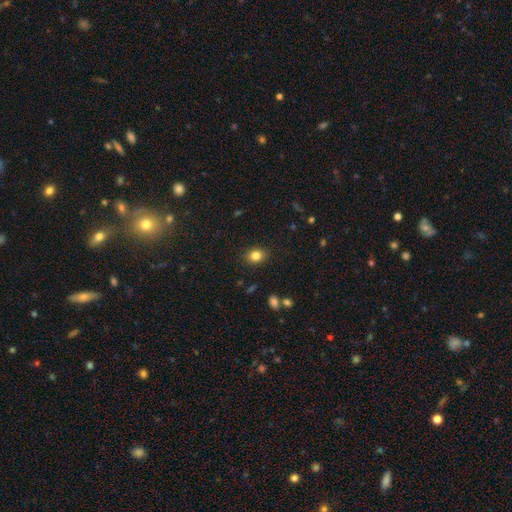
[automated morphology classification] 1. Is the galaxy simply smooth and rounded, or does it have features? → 83% smooth, 11% star or artifact, 7% featured or disk.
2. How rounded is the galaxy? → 54% round, 45% in between, 1% cigar-shaped.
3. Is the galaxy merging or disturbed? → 88% none, 9% minor disturbance, 2% major disturbance, 1% merger.